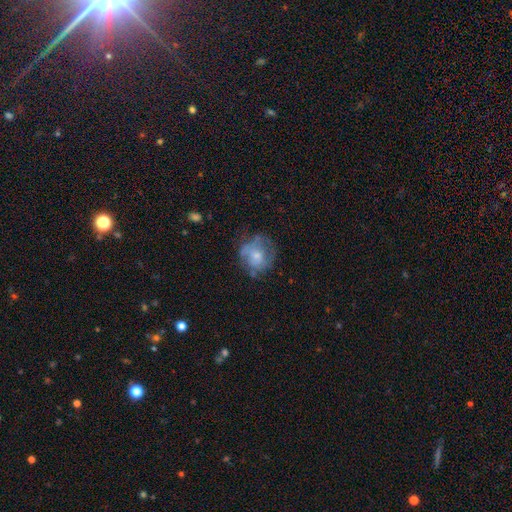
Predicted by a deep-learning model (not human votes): smooth-or-featured: smooth: 47% | featured or disk: 43% | star or artifact: 9%
  merging: none: 49% | minor disturbance: 26% | major disturbance: 21% | merger: 3%